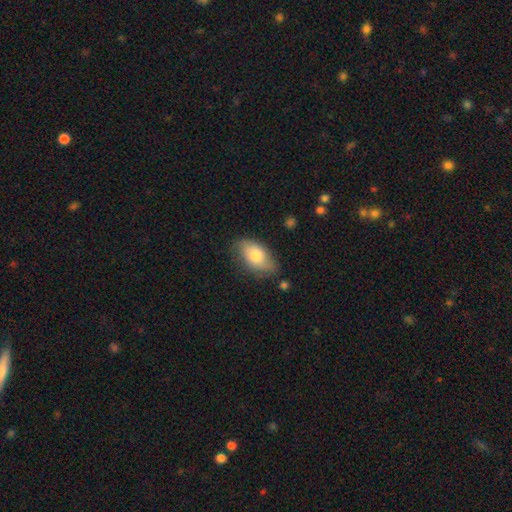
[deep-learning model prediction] Smooth or featured? smooth (74%)
How rounded? in between (92%)
Merging? none (71%)